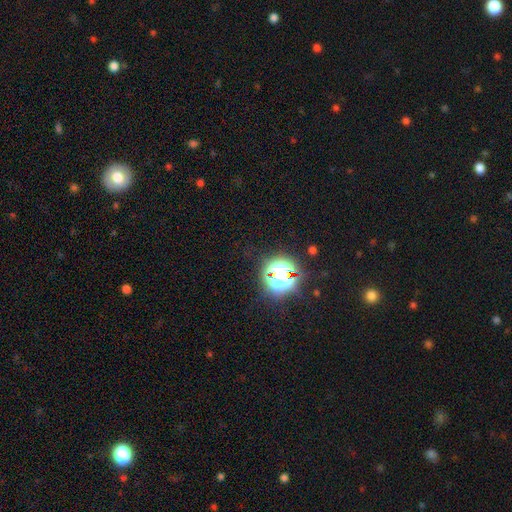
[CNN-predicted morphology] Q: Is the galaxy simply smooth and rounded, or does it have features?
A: star or artifact — 78%.